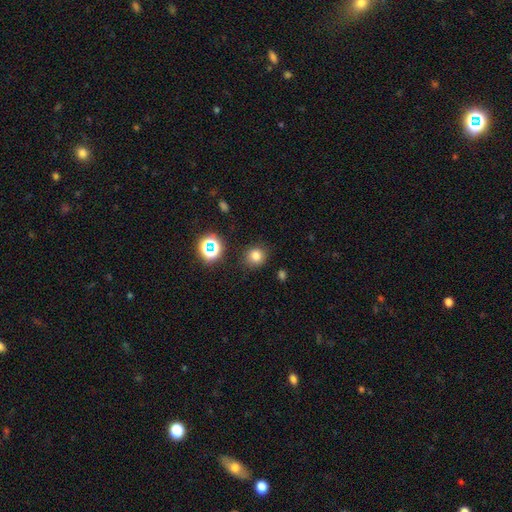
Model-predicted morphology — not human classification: Smooth or featured? smooth (77%)
How rounded? round (88%)
Merging? none (86%)